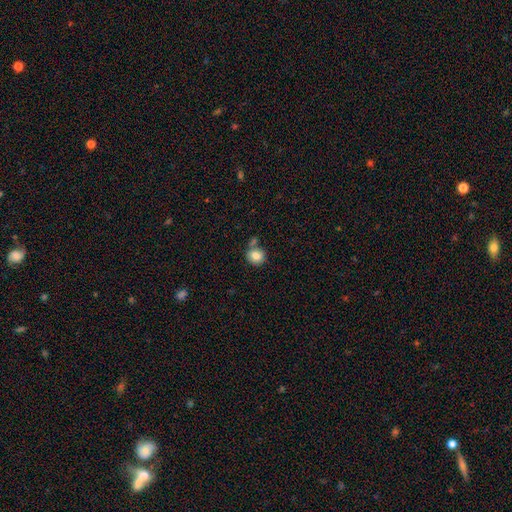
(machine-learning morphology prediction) smooth_or_featured: smooth (p=0.82) [alt: star or artifact p=0.09]
how_rounded: round (p=0.83) [alt: in between p=0.16]
merging: none (p=0.64) [alt: merger p=0.20]